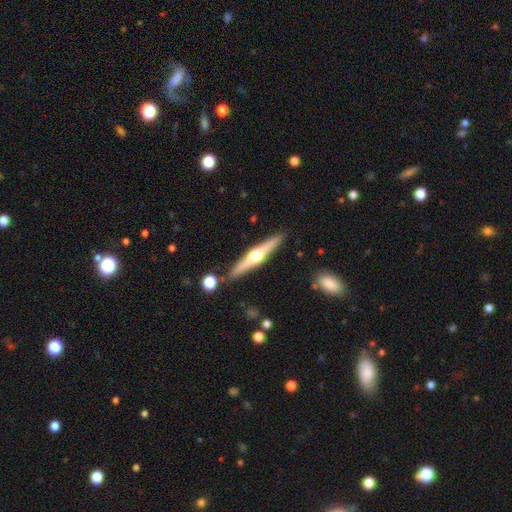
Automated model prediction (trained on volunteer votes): This is likely a featured or disk galaxy (71%). It is clearly viewed edge-on (97%). Edge-on bulge: clearly rounded (93%). Merging: clearly none (88%).